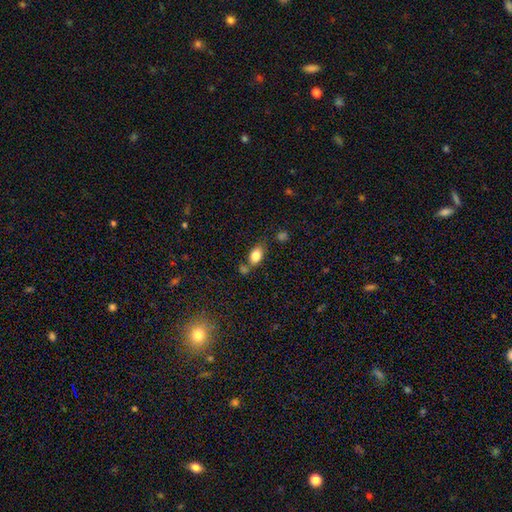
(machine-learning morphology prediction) smooth_or_featured: smooth (p=0.81) [alt: featured or disk p=0.10]
how_rounded: in between (p=0.82) [alt: round p=0.15]
merging: none (p=0.60) [alt: merger p=0.18]